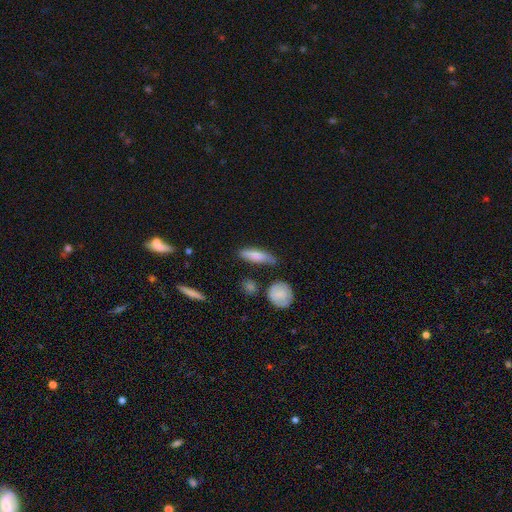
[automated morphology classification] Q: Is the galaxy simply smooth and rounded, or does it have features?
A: smooth — 78%.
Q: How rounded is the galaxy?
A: cigar-shaped — 56%.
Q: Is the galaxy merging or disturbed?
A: none — 69%.